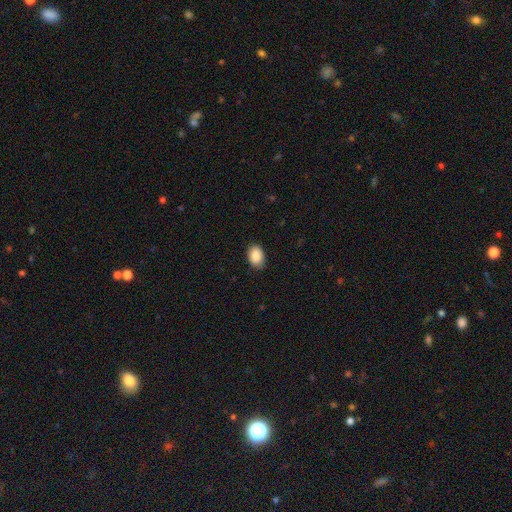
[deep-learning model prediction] This is clearly a smooth galaxy (89%). How rounded: clearly in between (82%). Merging: clearly none (85%).